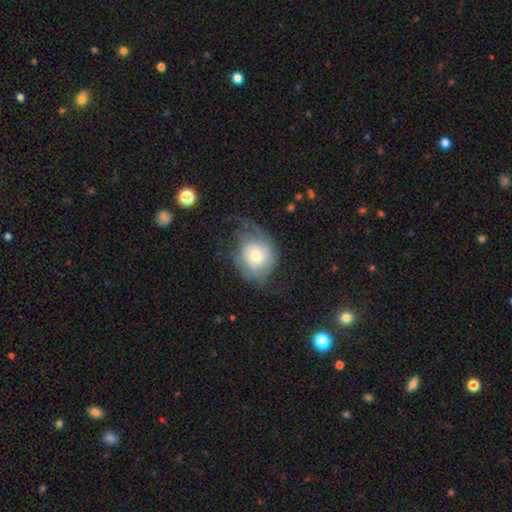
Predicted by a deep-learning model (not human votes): A featured or disk galaxy (58%) with no bar (78%), spiral arms (79%) and a moderate central bulge (54%). Merging: none (44%).